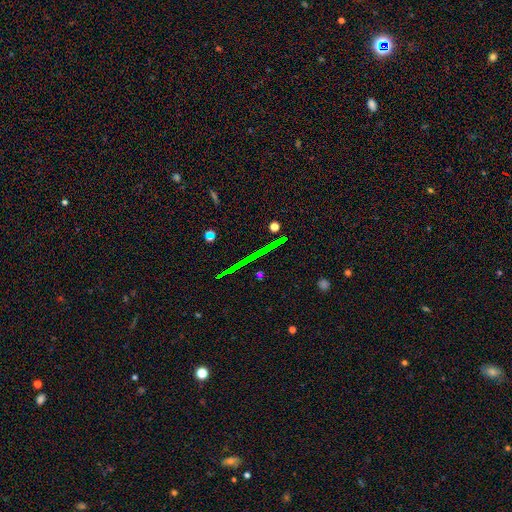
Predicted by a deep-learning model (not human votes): smooth-or-featured: star or artifact: 59% | featured or disk: 25% | smooth: 16%